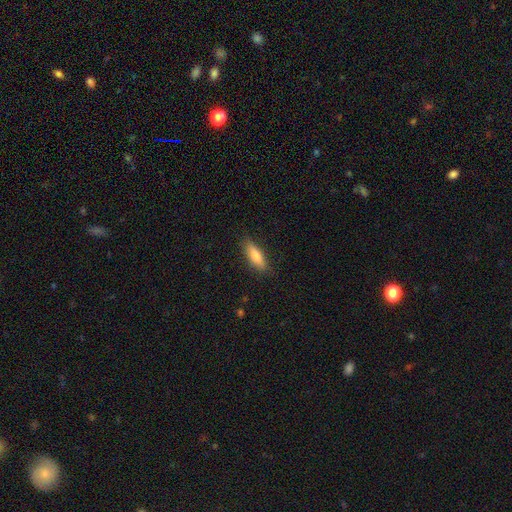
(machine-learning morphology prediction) smooth 80%, featured or disk 13%, star or artifact 6%. Down the decision tree: how rounded — in between (53%); merging — none (85%).